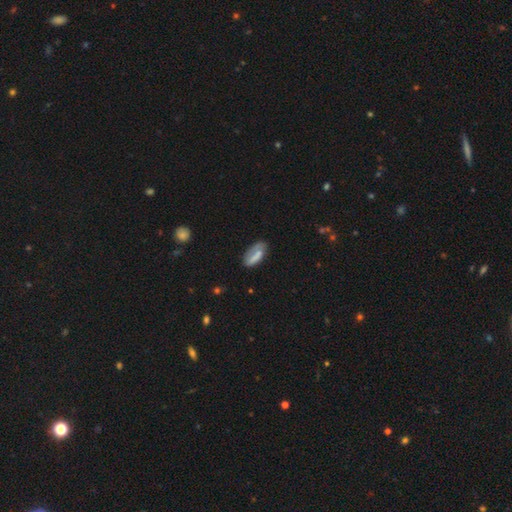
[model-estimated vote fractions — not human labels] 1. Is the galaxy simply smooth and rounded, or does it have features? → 69% smooth, 23% featured or disk, 8% star or artifact.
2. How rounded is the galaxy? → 81% in between, 16% cigar-shaped, 3% round.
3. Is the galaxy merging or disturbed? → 56% none, 28% minor disturbance, 12% major disturbance, 4% merger.